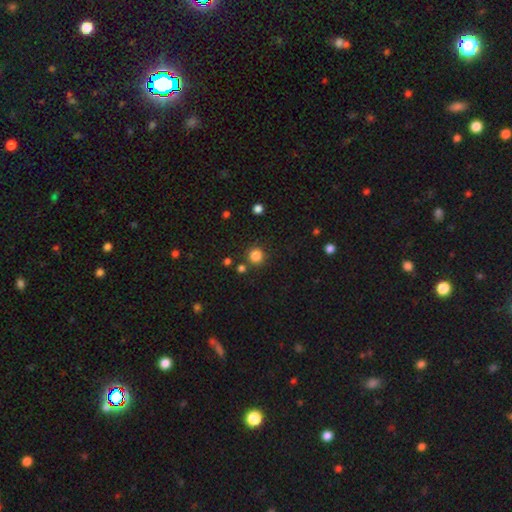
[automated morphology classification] This appears to be a smooth galaxy with no disk features (84%) that is round (93%). Merging: none (85%).